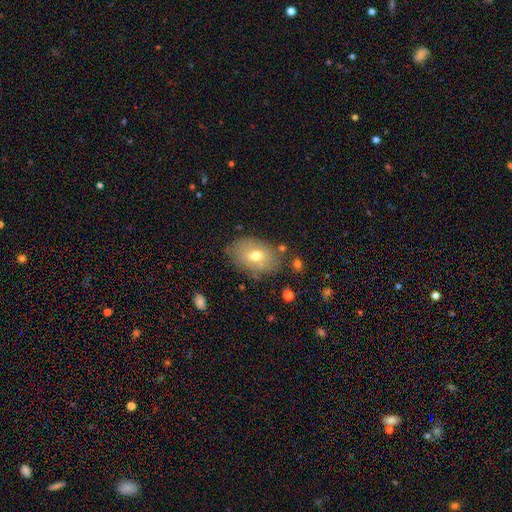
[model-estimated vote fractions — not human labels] Morphology: type=smooth (65%); roundness=in between (83%); merging=none (73%).